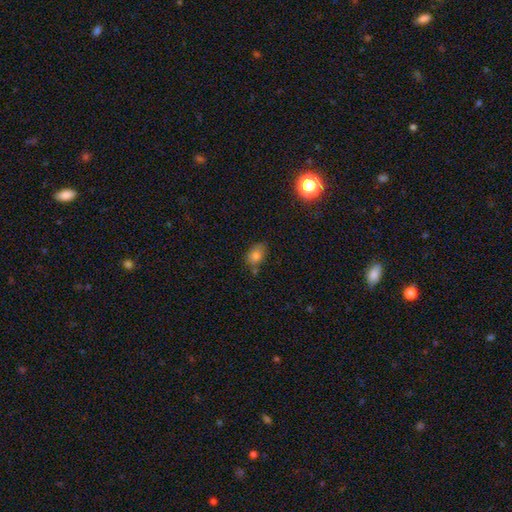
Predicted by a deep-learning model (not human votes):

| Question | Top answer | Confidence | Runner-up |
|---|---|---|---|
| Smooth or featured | smooth | 80% | star or artifact (11%) |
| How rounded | in between | 77% | round (21%) |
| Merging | none | 63% | minor disturbance (22%) |